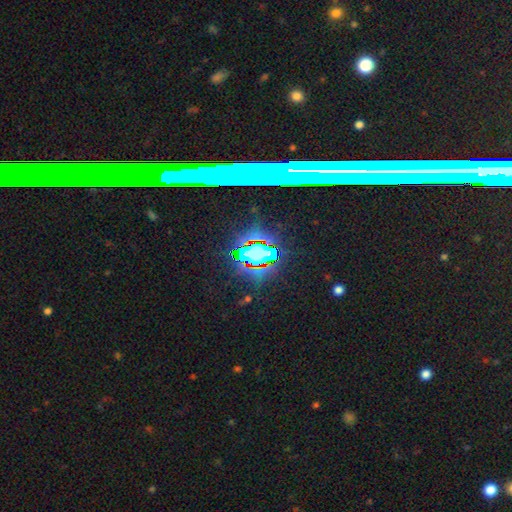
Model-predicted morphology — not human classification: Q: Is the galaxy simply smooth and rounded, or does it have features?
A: star or artifact — 76%.